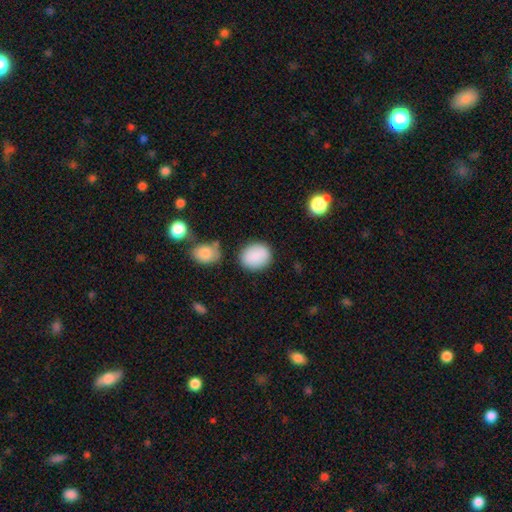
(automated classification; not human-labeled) Q: Smooth or featured?
A: smooth (86%); runner-up: star or artifact (7%)
Q: How rounded?
A: round (61%); runner-up: in between (38%)
Q: Merging?
A: none (79%); runner-up: minor disturbance (13%)